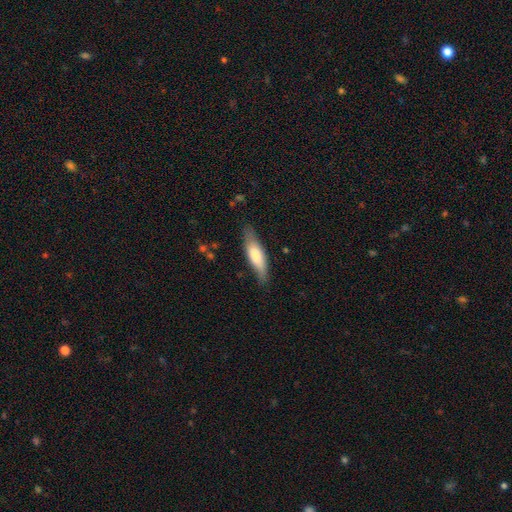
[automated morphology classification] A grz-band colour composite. It shows a smooth galaxy with no disk features (69%) that is cigar-shaped (60%). Merging: none (78%).